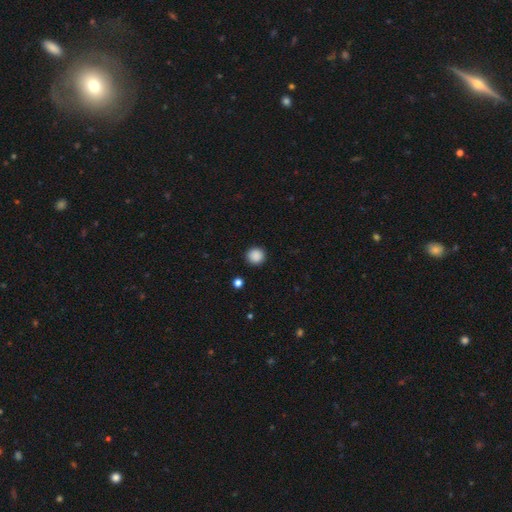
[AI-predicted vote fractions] smooth 88%, star or artifact 10%, featured or disk 2%. Down the decision tree: how rounded — round (92%); merging — none (91%).